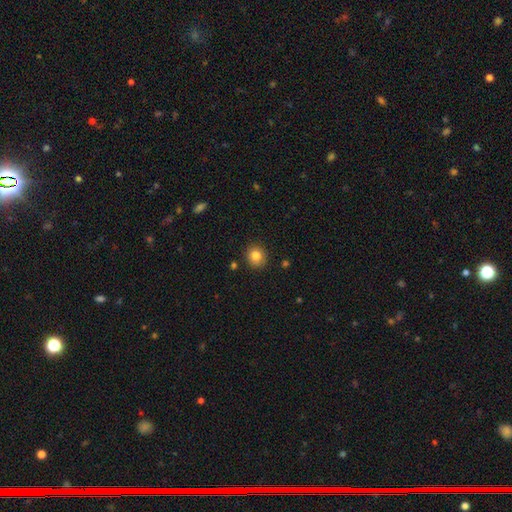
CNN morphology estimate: This appears to be a smooth galaxy with no disk features (84%) that is round (84%). Merging: none (87%).